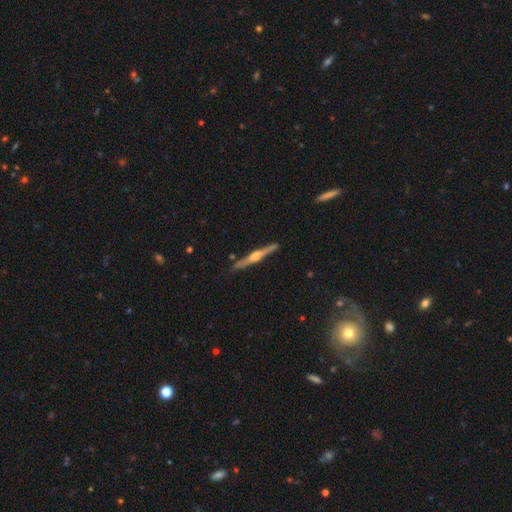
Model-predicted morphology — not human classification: Smooth or featured? Predicted: featured or disk (p=0.82). Edge-on disk? Predicted: yes (p=0.98). Edge-on bulge? Predicted: rounded (p=0.88). Merging? Predicted: none (p=0.89).